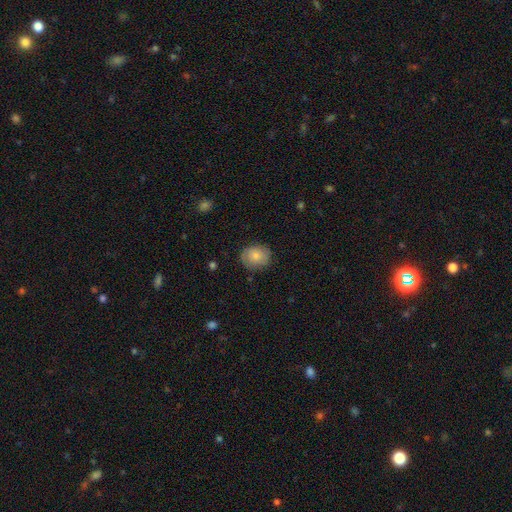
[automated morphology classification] smooth-or-featured: smooth: 79% | featured or disk: 13% | star or artifact: 7%
  how-rounded: round: 65% | in between: 34% | cigar-shaped: 1%
  merging: none: 80% | minor disturbance: 15% | major disturbance: 3% | merger: 1%